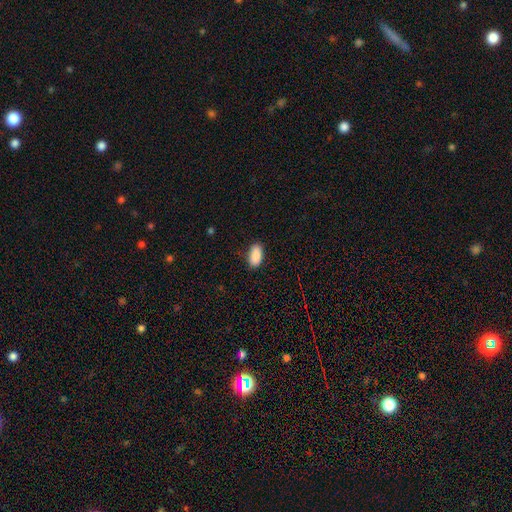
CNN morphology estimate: The model was most divided on "merging": none: 84%, minor disturbance: 12%, major disturbance: 3%, merger: 1%. More confident: how rounded — in between (93%); smooth or featured — smooth (89%).